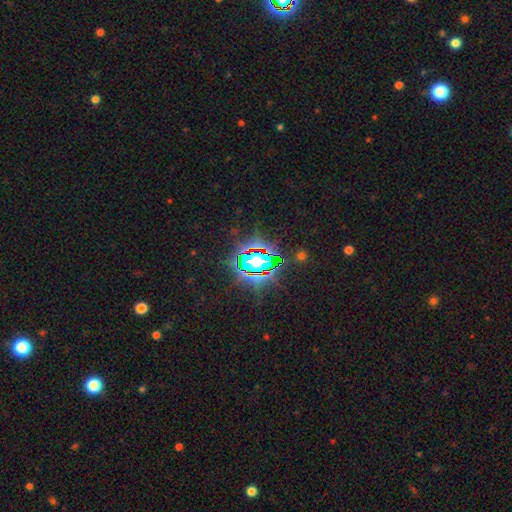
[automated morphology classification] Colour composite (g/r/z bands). It shows a star or artifact, not a galaxy (82%).